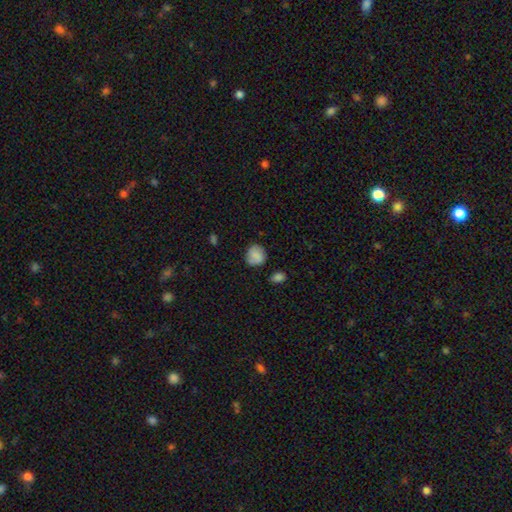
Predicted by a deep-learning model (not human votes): This appears to be a smooth galaxy with no disk features (79%) that is round (79%). Merging: none (76%).